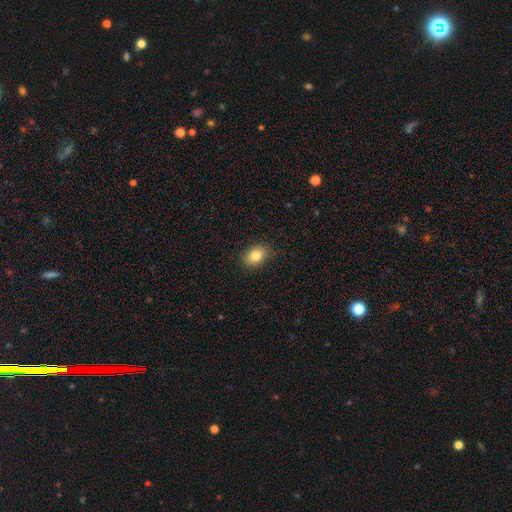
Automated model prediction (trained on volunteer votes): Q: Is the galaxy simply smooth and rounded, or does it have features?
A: smooth — 83%.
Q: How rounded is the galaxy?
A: in between — 78%.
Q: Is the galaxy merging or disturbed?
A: none — 85%.